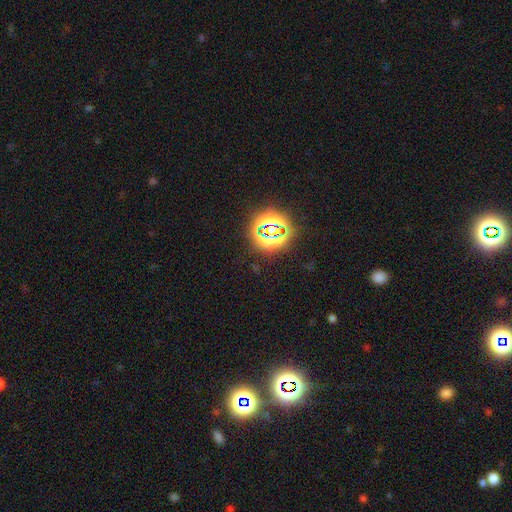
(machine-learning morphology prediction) Smooth or featured? Predicted: star or artifact (p=0.80).